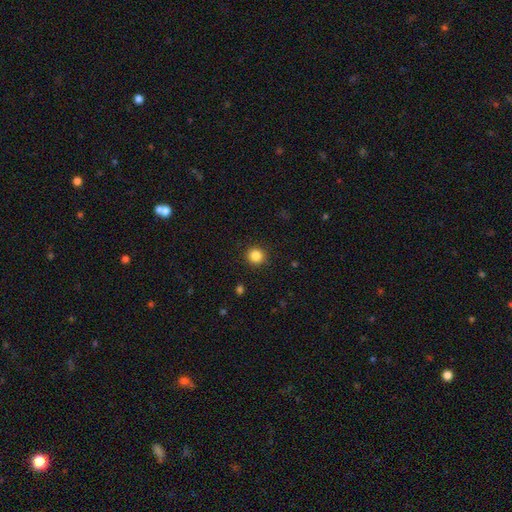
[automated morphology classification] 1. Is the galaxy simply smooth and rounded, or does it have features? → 85% smooth, 11% star or artifact, 4% featured or disk.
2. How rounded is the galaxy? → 94% round, 5% in between, 1% cigar-shaped.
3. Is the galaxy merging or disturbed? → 92% none, 5% minor disturbance, 2% major disturbance, 1% merger.